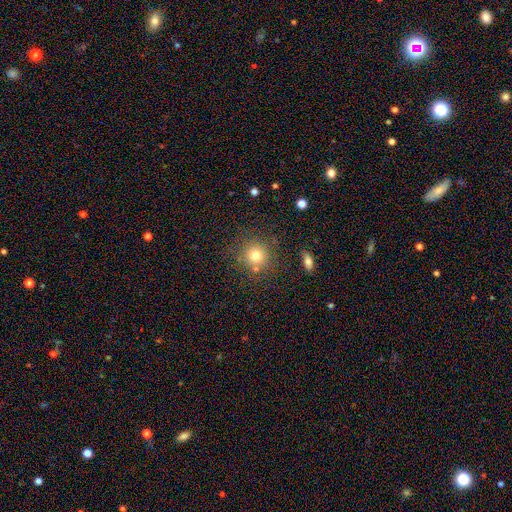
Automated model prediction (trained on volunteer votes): A smooth galaxy with no disk features (77%) that is round (91%).

Vote fractions:
- Smooth or featured? smooth: 77% / star or artifact: 14% / featured or disk: 9%
- How rounded? round: 91% / in between: 8% / cigar-shaped: 1%
- Merging? none: 79% / minor disturbance: 10% / merger: 7% / major disturbance: 4%